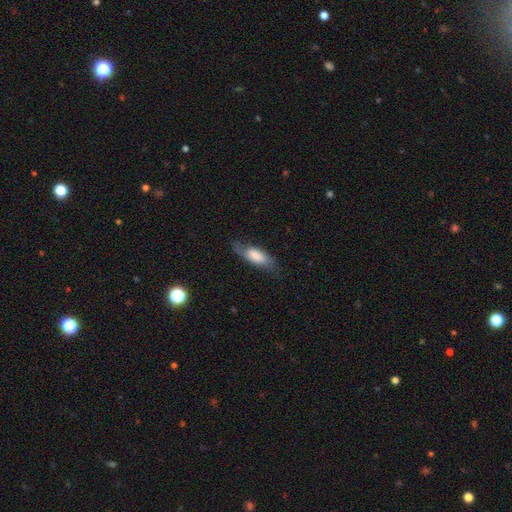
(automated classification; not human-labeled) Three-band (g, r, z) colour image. It shows a smooth galaxy with no disk features (60%) that is in between round and cigar-shaped (75%). Merging: none (61%).